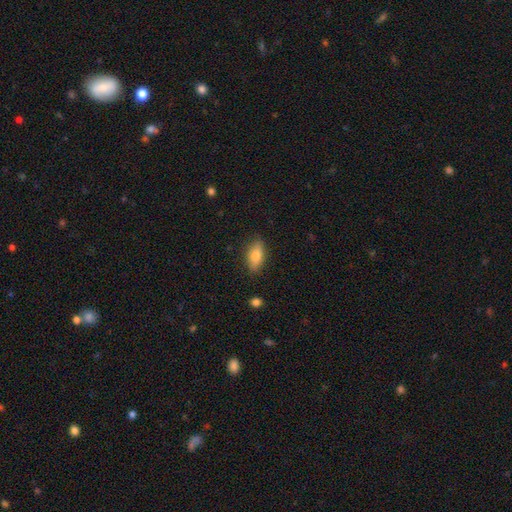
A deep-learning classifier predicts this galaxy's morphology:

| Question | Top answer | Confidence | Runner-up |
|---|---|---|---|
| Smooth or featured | smooth | 72% | featured or disk (21%) |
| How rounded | in between | 79% | cigar-shaped (16%) |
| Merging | none | 84% | minor disturbance (12%) |